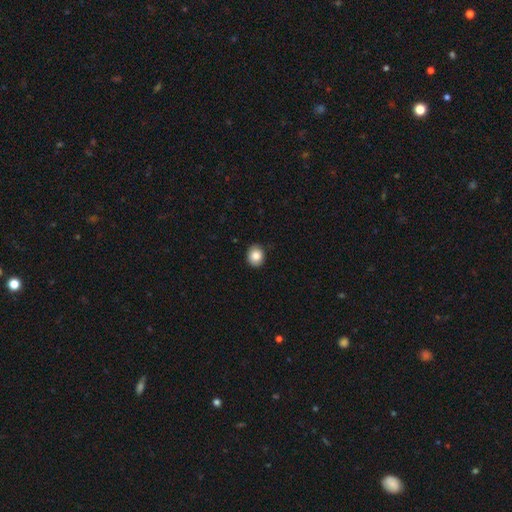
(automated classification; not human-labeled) Smooth or featured: smooth — 85% (star or artifact — 9%)
How rounded: round — 68% (in between — 31%)
Merging: none — 90% (minor disturbance — 7%)